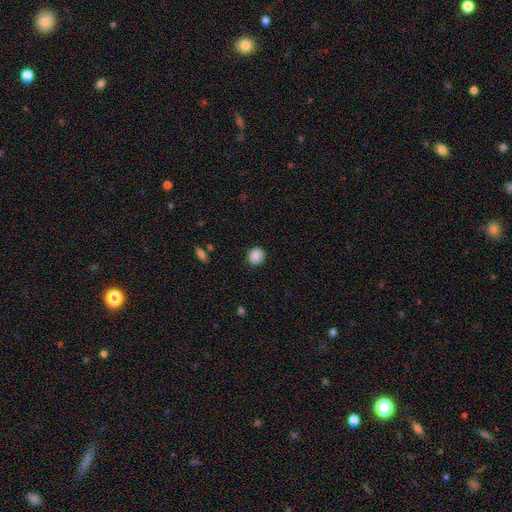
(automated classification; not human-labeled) This appears to be a smooth galaxy with no disk features (89%) that is round (83%). Merging: none (87%).